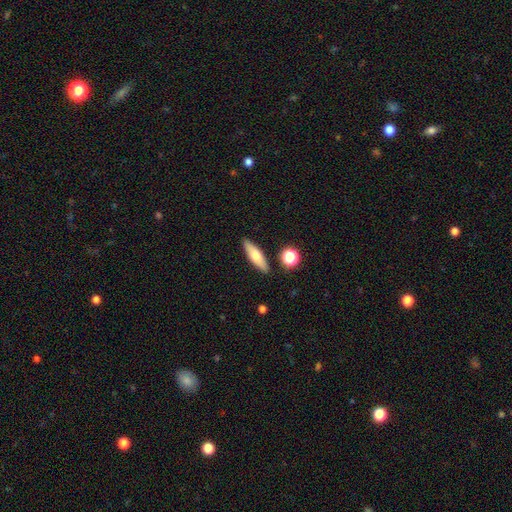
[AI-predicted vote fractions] Smooth or featured? Predicted: smooth (p=0.63). How rounded? Predicted: cigar-shaped (p=0.55). Merging? Predicted: none (p=0.87).